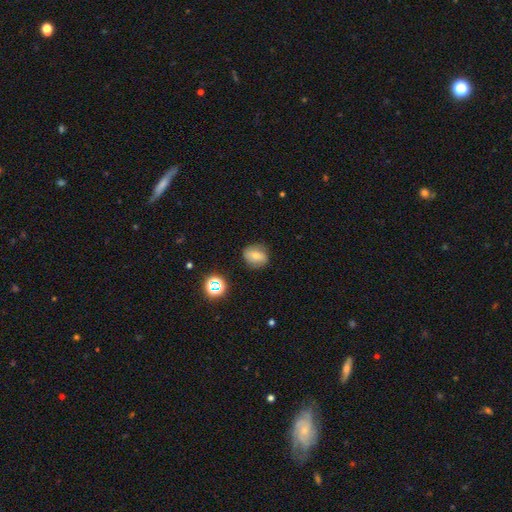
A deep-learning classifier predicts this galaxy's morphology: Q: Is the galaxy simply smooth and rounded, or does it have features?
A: smooth — 57%.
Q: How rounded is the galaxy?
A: round — 63%.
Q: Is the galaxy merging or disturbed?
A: none — 78%.